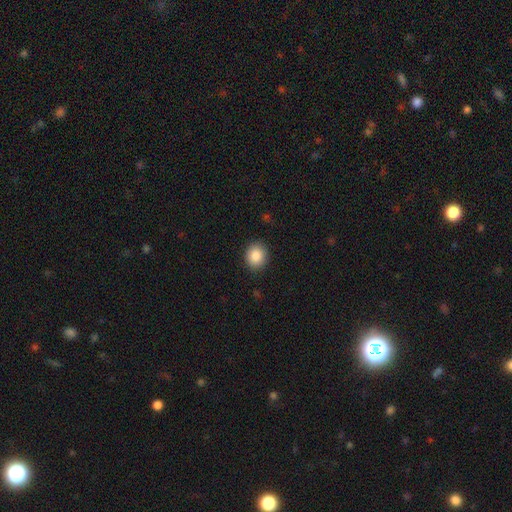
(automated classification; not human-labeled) smooth_or_featured: smooth (p=0.88) [alt: star or artifact p=0.08]
how_rounded: round (p=0.65) [alt: in between p=0.35]
merging: none (p=0.88) [alt: minor disturbance p=0.09]